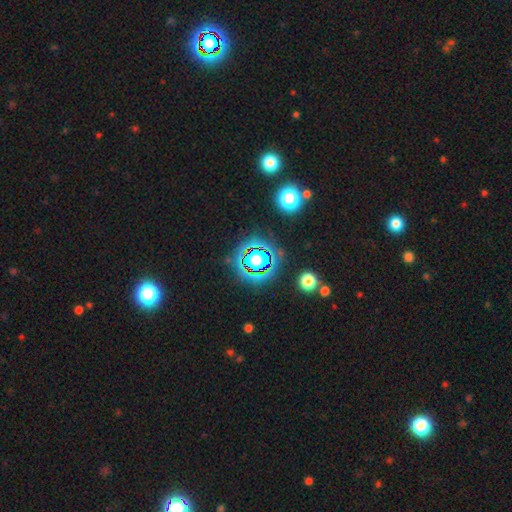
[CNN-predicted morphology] Smooth or featured? star or artifact (79%)